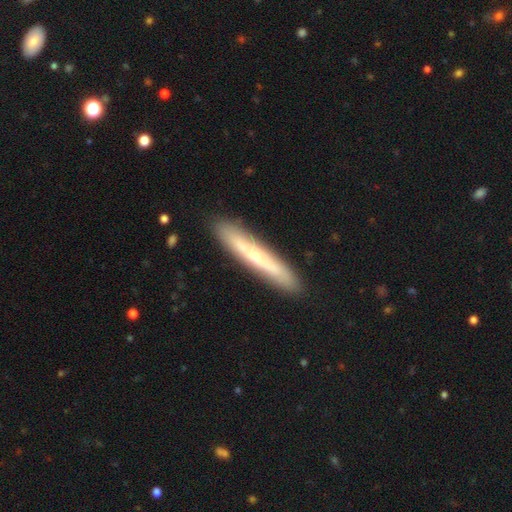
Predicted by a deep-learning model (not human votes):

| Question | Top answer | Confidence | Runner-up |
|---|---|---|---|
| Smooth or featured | featured or disk | 51% | smooth (43%) |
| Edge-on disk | yes | 78% | no (22%) |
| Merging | none | 88% | minor disturbance (8%) |